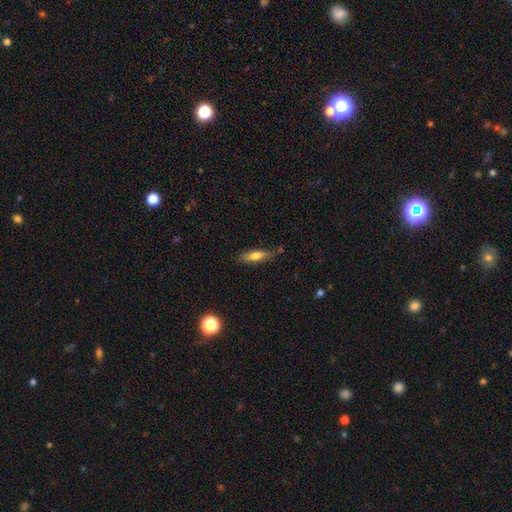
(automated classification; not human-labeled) A smooth galaxy with no disk features (70%) that is cigar-shaped (56%). Merging: none (73%).